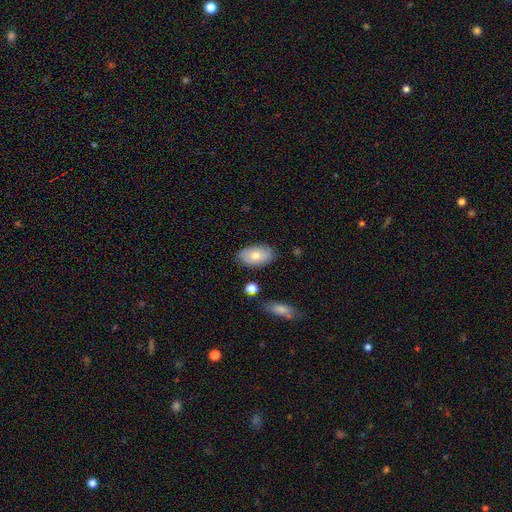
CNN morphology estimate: Smooth or featured?
  - smooth: 72% *
  - featured or disk: 21%
  - star or artifact: 7%
How rounded?
  - in between: 92% *
  - round: 6%
  - cigar-shaped: 2%
Merging?
  - none: 82% *
  - minor disturbance: 13%
  - major disturbance: 3%
  - merger: 2%